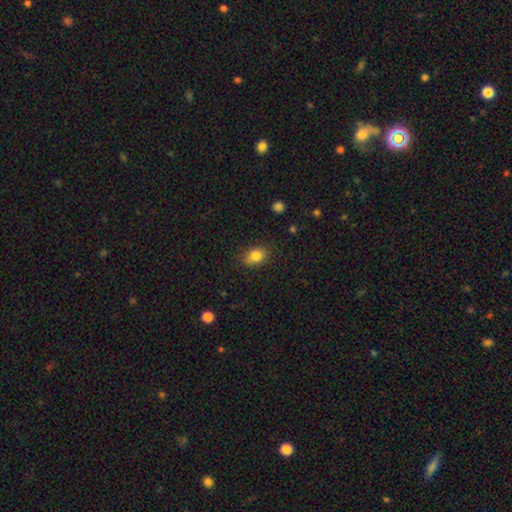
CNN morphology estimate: smooth 83%, star or artifact 10%, featured or disk 7%. Down the decision tree: how rounded — in between (73%); merging — none (81%).